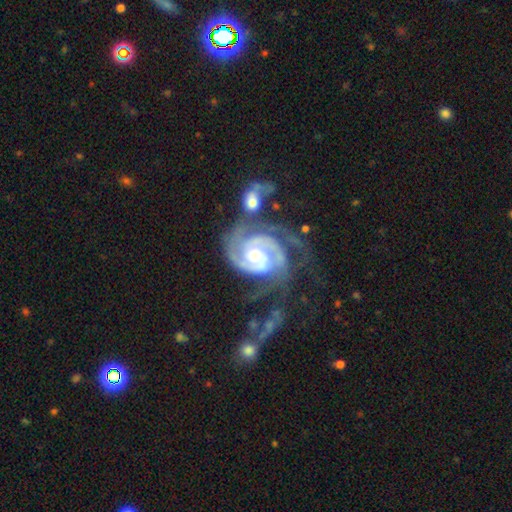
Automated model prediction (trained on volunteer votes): smooth_or_featured: featured or disk (p=0.93) [alt: star or artifact p=0.04]
disk_edge_on: no (p=0.98) [alt: yes p=0.02]
bar: no (p=0.60) [alt: weak p=0.30]
has_spiral_arms: yes (p=0.98) [alt: no p=0.02]
spiral_winding: tight (p=0.63) [alt: medium p=0.31]
spiral_arm_count: 2 (p=0.48) [alt: 3 p=0.28]
bulge_size: moderate (p=0.67) [alt: small p=0.25]
merging: none (p=0.33) [alt: merger p=0.27]